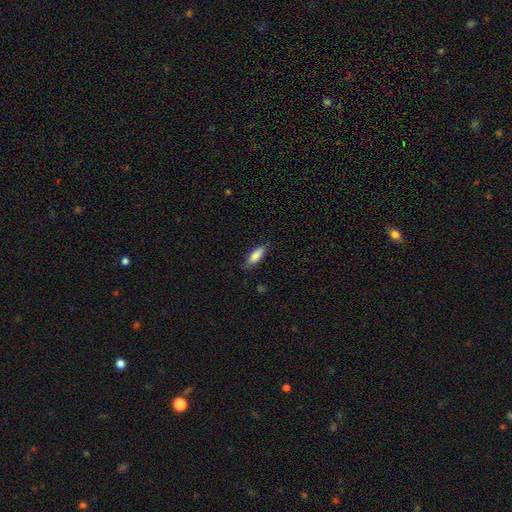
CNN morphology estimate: Overall: smooth (84%). How rounded: in between (66%; cigar-shaped 32%). Merging: none (79%).